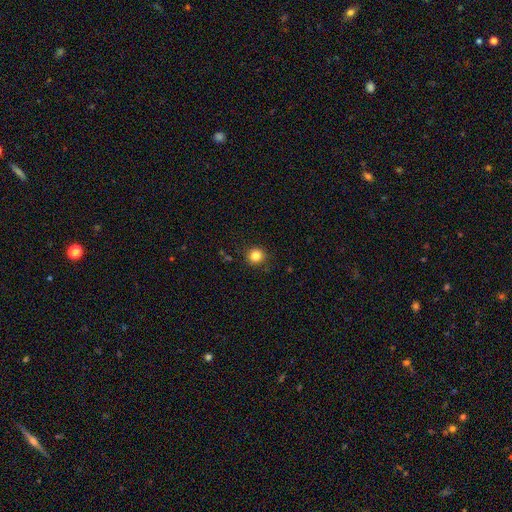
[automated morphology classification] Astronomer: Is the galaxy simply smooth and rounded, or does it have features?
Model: smooth — 84%.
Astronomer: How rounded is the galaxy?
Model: round — 92%.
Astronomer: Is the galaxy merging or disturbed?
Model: none — 89%.